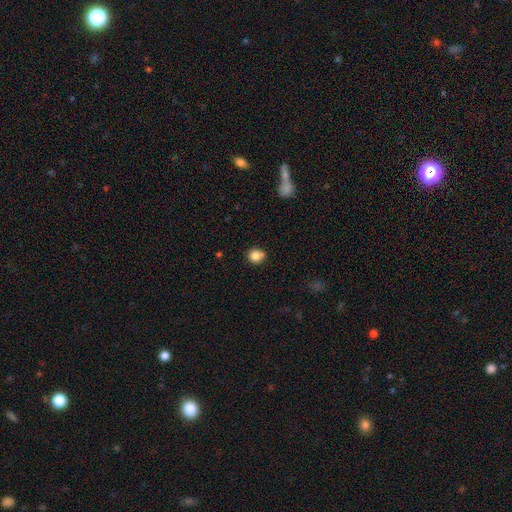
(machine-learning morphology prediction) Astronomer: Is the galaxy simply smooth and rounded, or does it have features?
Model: smooth — 84%.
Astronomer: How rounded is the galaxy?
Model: round — 83%.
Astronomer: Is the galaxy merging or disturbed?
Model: none — 75%.